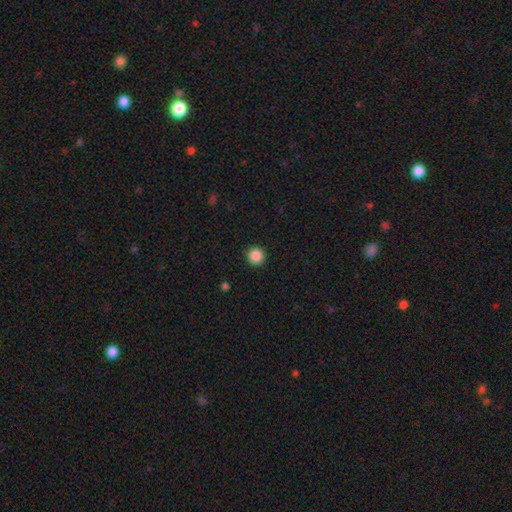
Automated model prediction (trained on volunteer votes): A smooth galaxy with no disk features (88%) that is round (94%). Merging: none (92%).